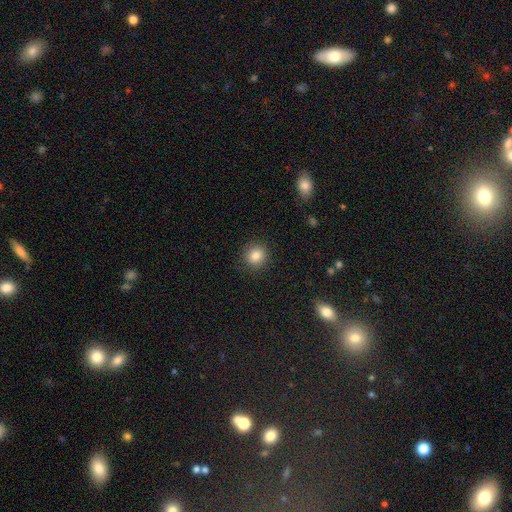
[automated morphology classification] smooth_or_featured: smooth (p=0.84) [alt: star or artifact p=0.10]
how_rounded: round (p=0.90) [alt: in between p=0.09]
merging: none (p=0.90) [alt: minor disturbance p=0.06]